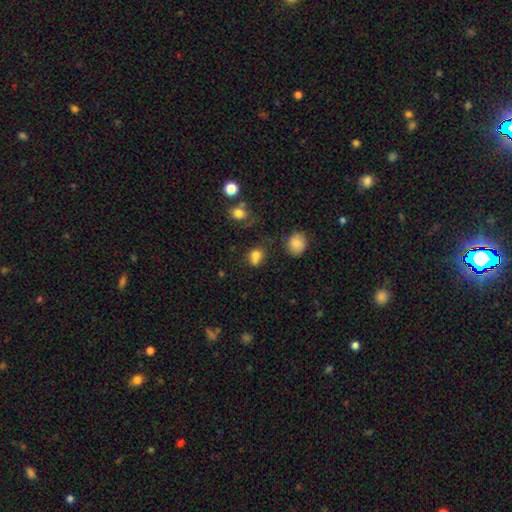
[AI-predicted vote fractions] Smooth or featured: smooth — 76% (star or artifact — 14%)
How rounded: round — 55% (in between — 43%)
Merging: none — 44% (merger — 29%)